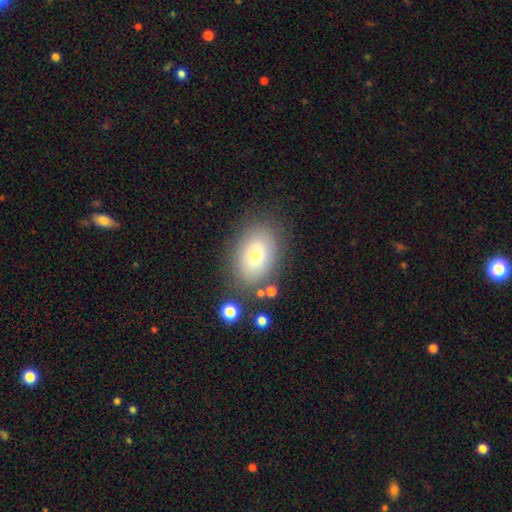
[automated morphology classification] Smooth or featured: smooth — 74% (featured or disk — 16%)
How rounded: in between — 83% (round — 15%)
Merging: none — 79% (minor disturbance — 13%)